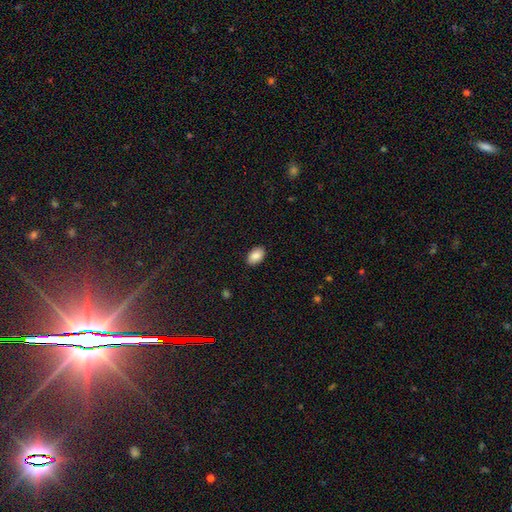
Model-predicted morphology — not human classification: type=smooth (86%); roundness=in between (91%); merging=none (89%).